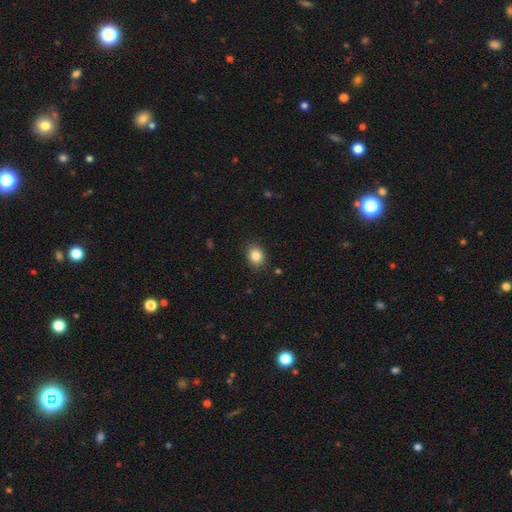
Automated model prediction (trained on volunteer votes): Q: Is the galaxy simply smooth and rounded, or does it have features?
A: smooth — 85%.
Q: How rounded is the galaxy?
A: in between — 52%.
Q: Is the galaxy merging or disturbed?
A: none — 87%.